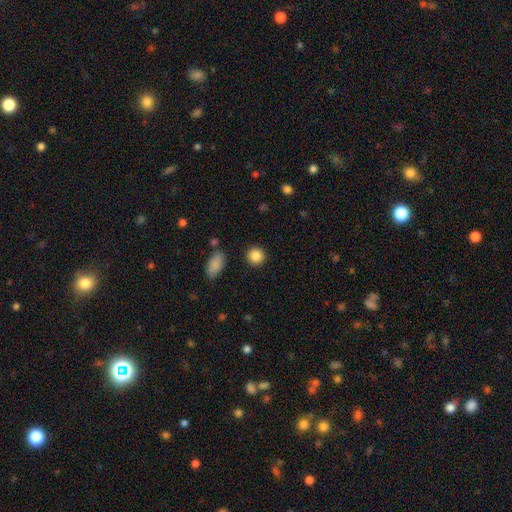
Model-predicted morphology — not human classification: Overall: smooth (86%). How rounded: round (90%). Merging: none (89%).